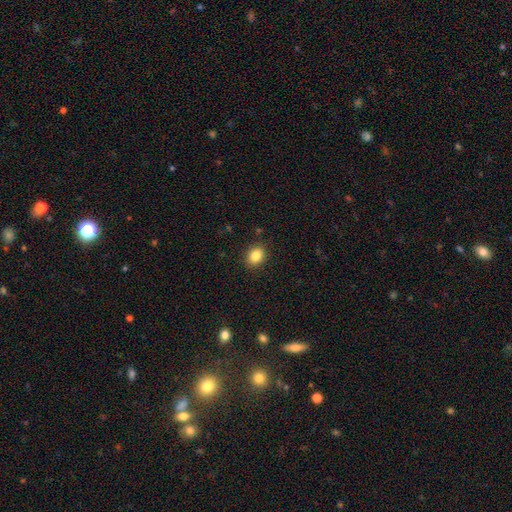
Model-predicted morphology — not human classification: smooth_or_featured: smooth (p=0.84) [alt: star or artifact p=0.10]
how_rounded: in between (p=0.54) [alt: round p=0.45]
merging: none (p=0.89) [alt: minor disturbance p=0.08]